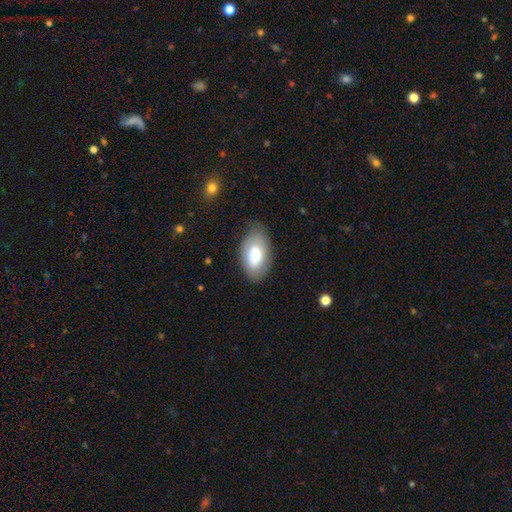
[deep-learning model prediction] Smooth or featured? smooth (74%)
How rounded? in between (94%)
Merging? none (73%)